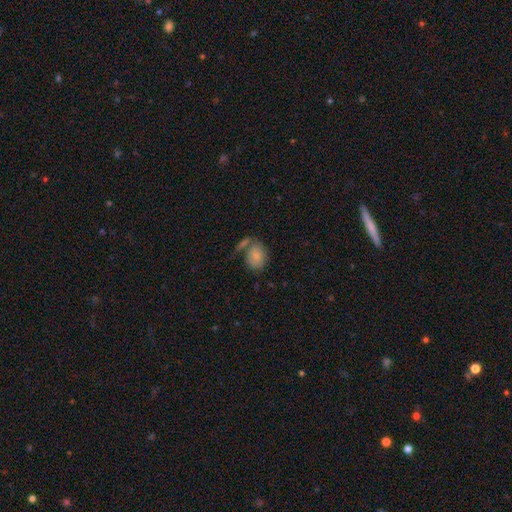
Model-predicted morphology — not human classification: Smooth or featured?
  - smooth: 80% *
  - featured or disk: 13%
  - star or artifact: 8%
How rounded?
  - in between: 67% *
  - round: 32%
  - cigar-shaped: 2%
Merging?
  - none: 47% *
  - merger: 25%
  - minor disturbance: 18%
  - major disturbance: 10%